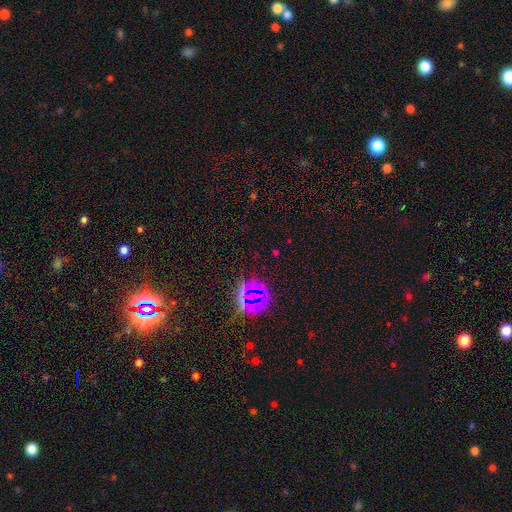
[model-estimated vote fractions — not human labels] Smooth or featured? Predicted: star or artifact (p=0.73).